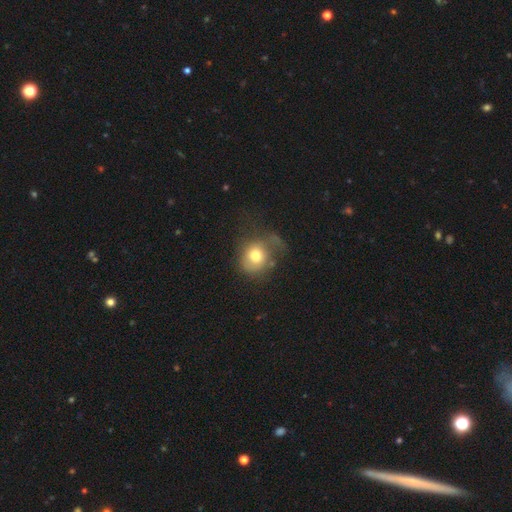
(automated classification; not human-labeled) smooth-or-featured: smooth: 72% | featured or disk: 18% | star or artifact: 11%
  how-rounded: round: 79% | in between: 20% | cigar-shaped: 1%
  merging: none: 38% | major disturbance: 31% | minor disturbance: 28% | merger: 4%